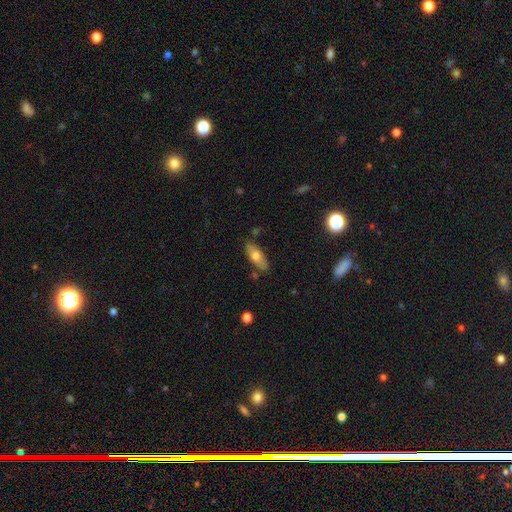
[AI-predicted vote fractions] Smooth or featured: smooth — 65% (featured or disk — 29%)
How rounded: in between — 76% (cigar-shaped — 22%)
Merging: none — 80% (minor disturbance — 14%)